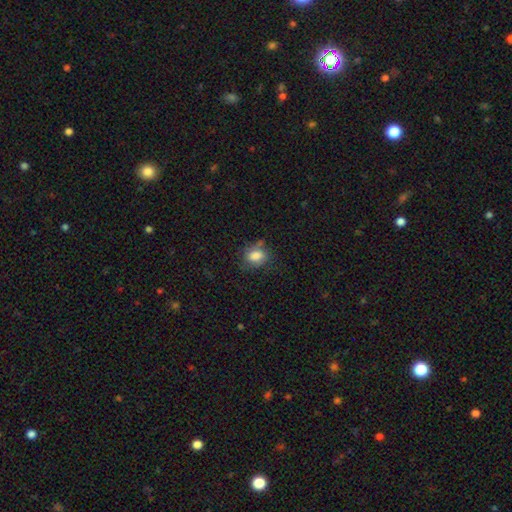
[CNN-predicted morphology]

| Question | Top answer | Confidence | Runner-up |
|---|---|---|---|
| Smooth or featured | smooth | 81% | featured or disk (10%) |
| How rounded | in between | 61% | round (38%) |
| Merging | none | 65% | minor disturbance (23%) |